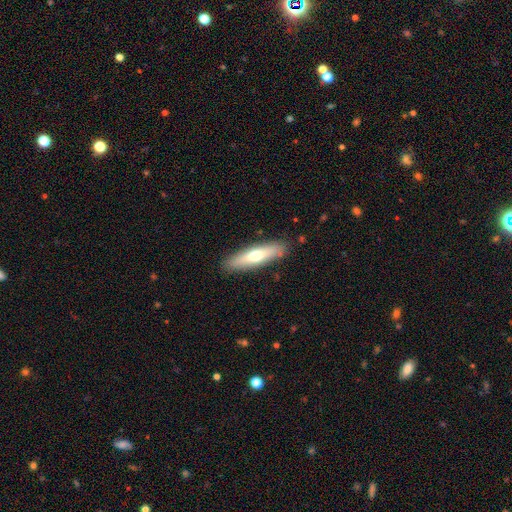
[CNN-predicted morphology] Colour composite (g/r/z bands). It shows a smooth galaxy with no disk features (58%) that is cigar-shaped (68%). Merging: none (88%).